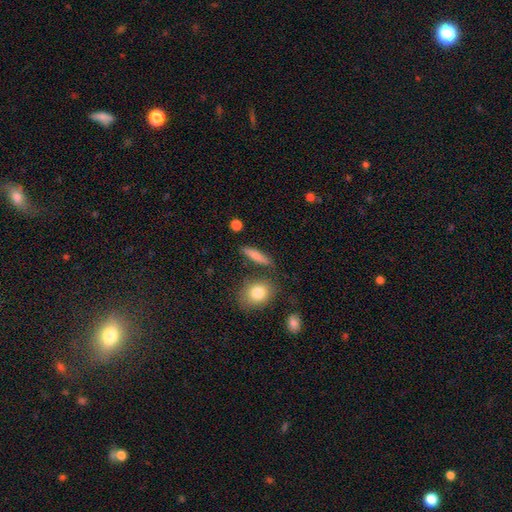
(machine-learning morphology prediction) Smooth or featured? smooth (80%)
How rounded? cigar-shaped (70%)
Merging? none (81%)